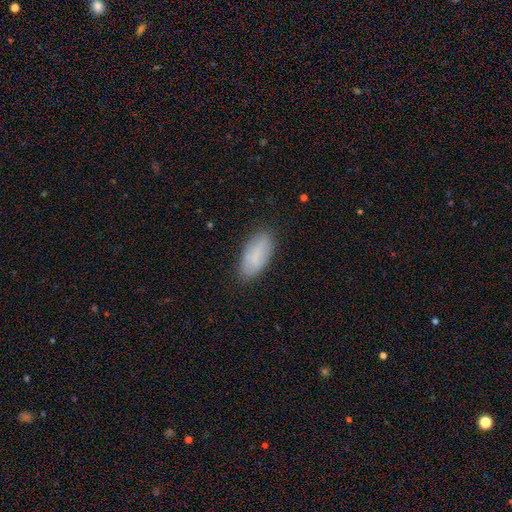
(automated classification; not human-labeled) A smooth galaxy with no disk features (74%) that is in between round and cigar-shaped (89%).

Vote fractions:
- Smooth or featured? smooth: 74% / featured or disk: 18% / star or artifact: 7%
- How rounded? in between: 89% / cigar-shaped: 9% / round: 2%
- Merging? none: 80% / minor disturbance: 15% / major disturbance: 3% / merger: 1%